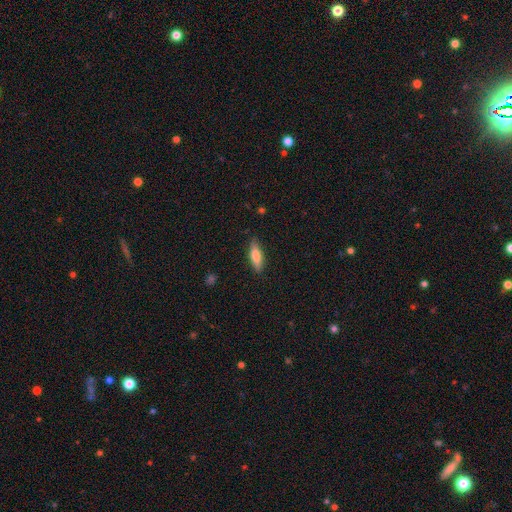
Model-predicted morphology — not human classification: Smooth or featured? smooth (73%)
How rounded? cigar-shaped (49%, tied with in between)
Merging? none (81%)